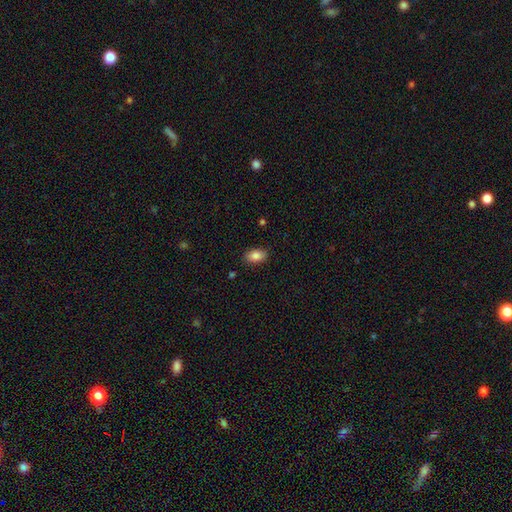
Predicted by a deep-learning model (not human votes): This is clearly a smooth galaxy (86%). How rounded: clearly in between (90%). Merging: clearly none (87%).